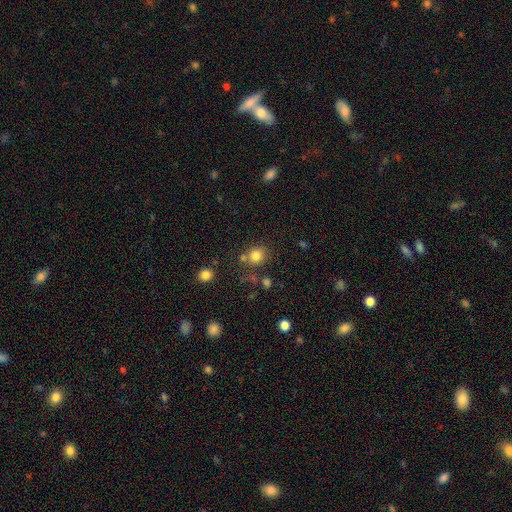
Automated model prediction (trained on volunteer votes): Overall: smooth (80%). How rounded: round (81%). Merging: none (69%).